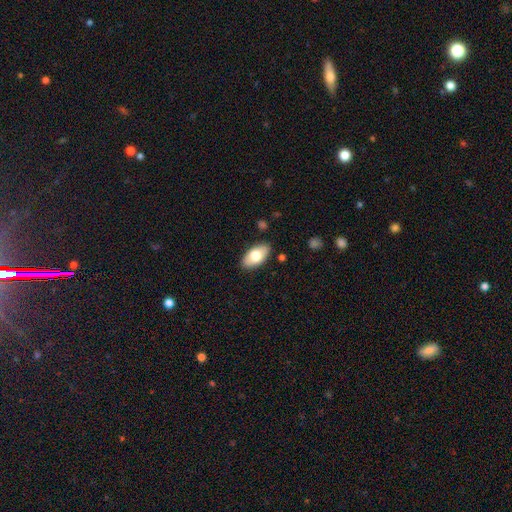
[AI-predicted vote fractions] The model was most divided on "smooth or featured": smooth: 75%, featured or disk: 19%, star or artifact: 6%. More confident: how rounded — in between (94%); merging — none (86%).